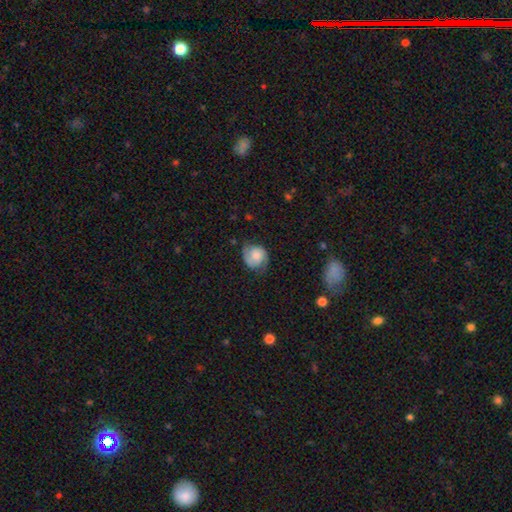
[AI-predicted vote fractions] Smooth or featured?
  - featured or disk: 48% *
  - smooth: 44%
  - star or artifact: 8%
Merging?
  - none: 58% *
  - minor disturbance: 29%
  - major disturbance: 12%
  - merger: 2%